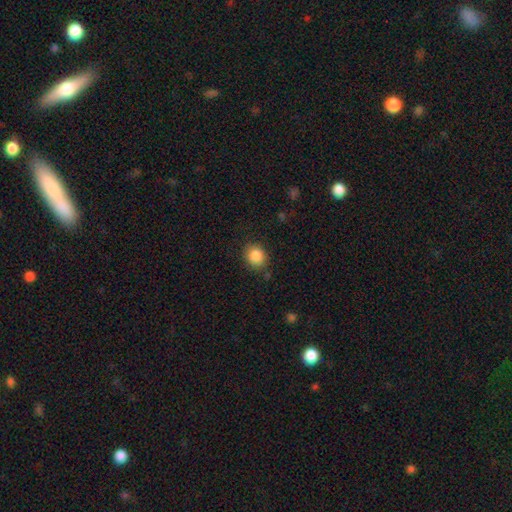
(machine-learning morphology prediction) Overall: smooth (87%). How rounded: round (70%). Merging: none (84%).